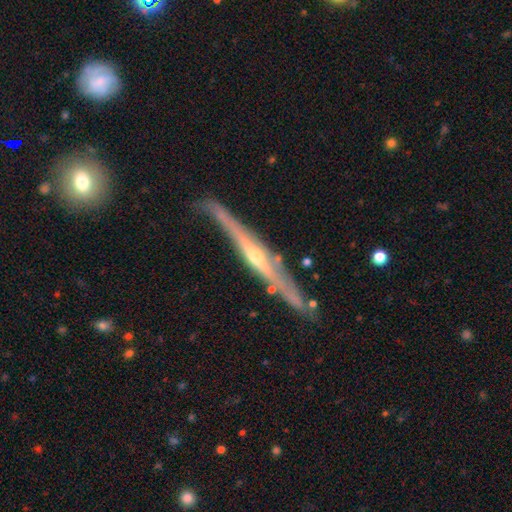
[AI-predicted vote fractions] smooth_or_featured: featured or disk (p=0.83) [alt: smooth p=0.12]
disk_edge_on: yes (p=0.93) [alt: no p=0.07]
edge_on_bulge: rounded (p=0.74) [alt: none p=0.20]
merging: none (p=0.69) [alt: minor disturbance p=0.22]